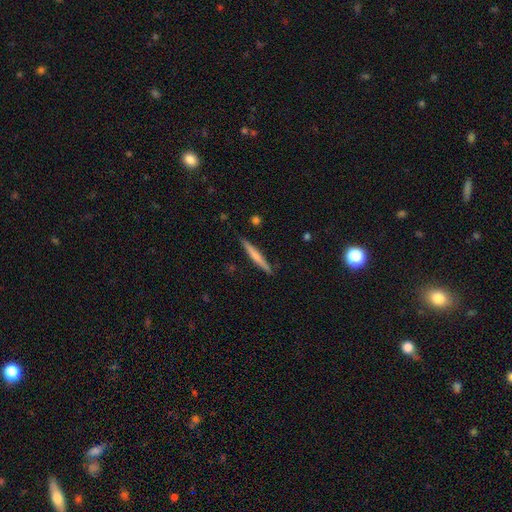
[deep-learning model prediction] Smooth or featured? smooth (55%)
How rounded? cigar-shaped (96%)
Merging? none (89%)